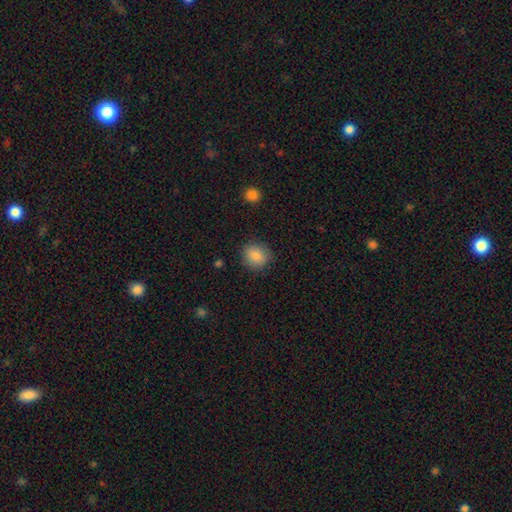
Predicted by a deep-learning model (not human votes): Smooth or featured? smooth (85%)
How rounded? round (80%)
Merging? none (86%)